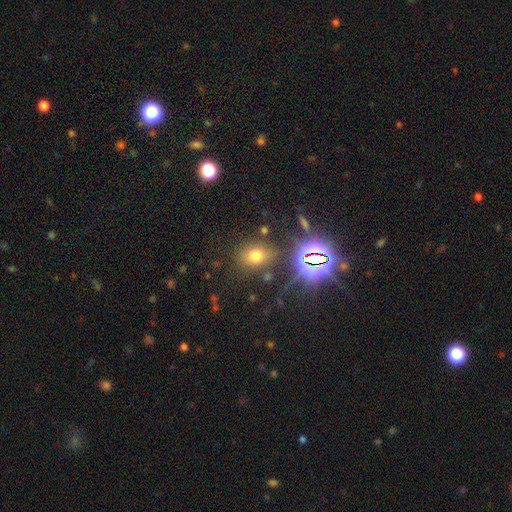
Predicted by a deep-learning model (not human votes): The model was most divided on "how rounded": in between: 57%, round: 42%, cigar-shaped: 2%. More confident: merging — none (77%); smooth or featured — smooth (64%).